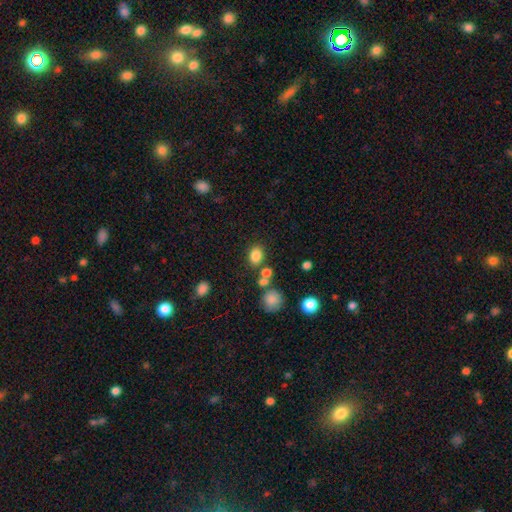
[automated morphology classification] Smooth or featured? Predicted: smooth (p=0.83). How rounded? Predicted: in between (p=0.63). Merging? Predicted: none (p=0.73).